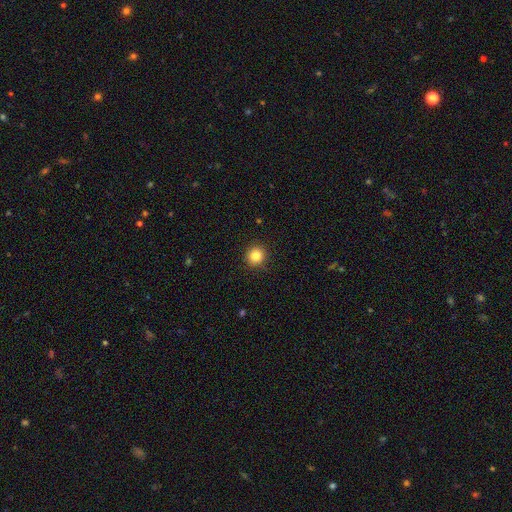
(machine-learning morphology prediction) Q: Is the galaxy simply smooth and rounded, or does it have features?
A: smooth — 85%.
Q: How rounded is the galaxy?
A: round — 91%.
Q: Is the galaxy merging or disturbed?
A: none — 91%.